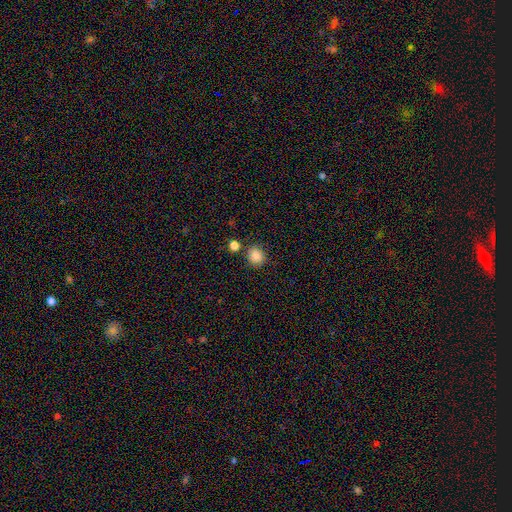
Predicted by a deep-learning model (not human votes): Smooth or featured? smooth (85%)
How rounded? round (76%)
Merging? none (82%)